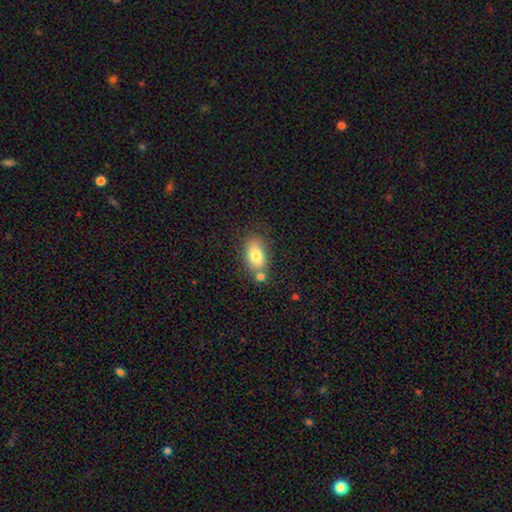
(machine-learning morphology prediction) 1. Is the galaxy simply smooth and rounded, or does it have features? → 78% smooth, 14% featured or disk, 8% star or artifact.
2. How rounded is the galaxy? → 88% in between, 10% round, 3% cigar-shaped.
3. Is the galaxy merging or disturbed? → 60% none, 20% merger, 15% minor disturbance, 4% major disturbance.